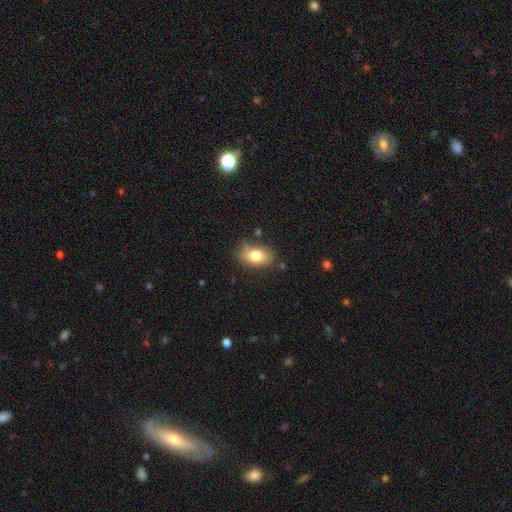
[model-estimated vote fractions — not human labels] Smooth or featured: smooth — 78% (featured or disk — 13%)
How rounded: in between — 84% (round — 14%)
Merging: none — 68% (minor disturbance — 22%)